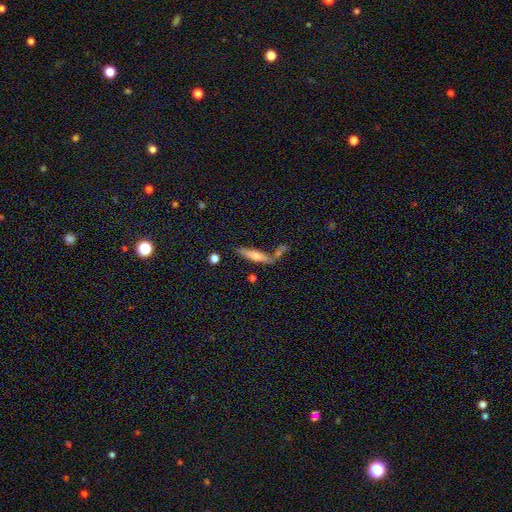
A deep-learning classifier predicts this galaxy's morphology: Smooth or featured? smooth (60%)
How rounded? cigar-shaped (80%)
Merging? none (64%)